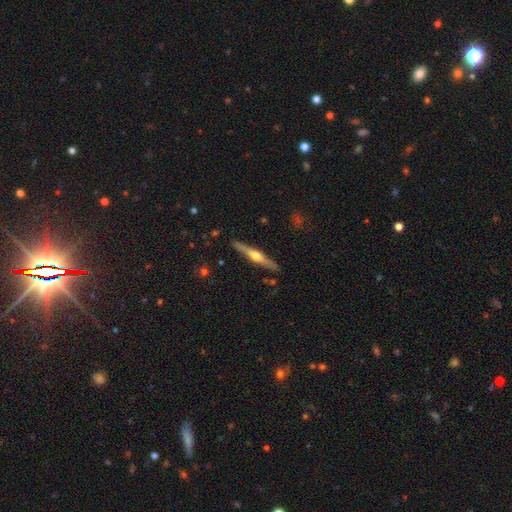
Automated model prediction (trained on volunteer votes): smooth-or-featured: featured or disk: 68% | smooth: 26% | star or artifact: 6%
  disk-edge-on: yes: 97% | no: 3%
    edge-on-bulge: rounded: 92% | none: 5% | boxy: 3%
  merging: none: 89% | minor disturbance: 8% | major disturbance: 2% | merger: 2%